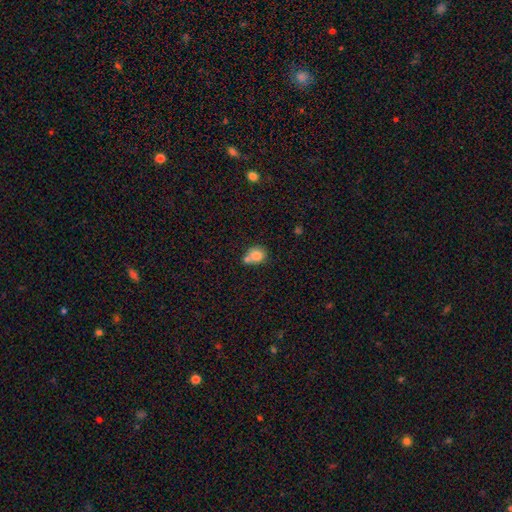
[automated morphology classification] This appears to be a smooth galaxy with no disk features (80%) that is round (72%). Merging: none (44%).